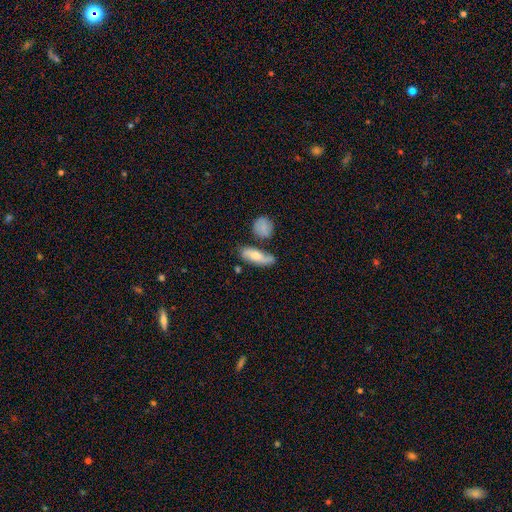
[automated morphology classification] Overall: smooth (55%; featured or disk 39%). How rounded: in between (64%; cigar-shaped 31%). Merging: none (58%; minor disturbance 23%).